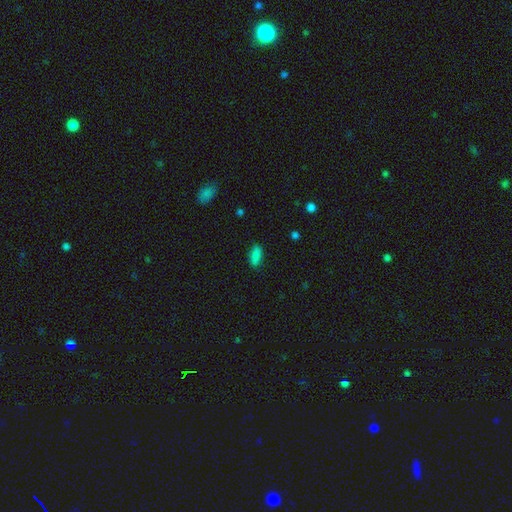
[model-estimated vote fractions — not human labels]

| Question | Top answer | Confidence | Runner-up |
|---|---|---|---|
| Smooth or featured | smooth | 86% | star or artifact (9%) |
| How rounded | in between | 74% | cigar-shaped (23%) |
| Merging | none | 84% | minor disturbance (12%) |